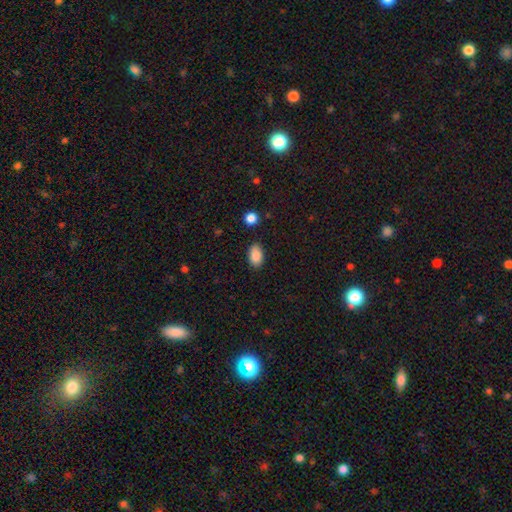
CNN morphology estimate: A smooth galaxy with no disk features (89%) that is in between round and cigar-shaped (91%). Merging: none (84%).